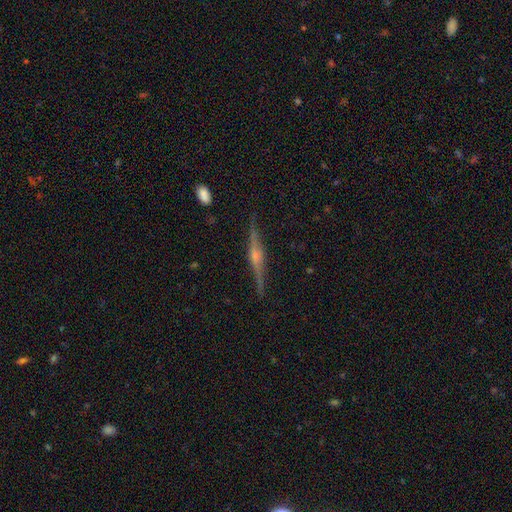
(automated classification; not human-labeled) This is clearly a featured or disk galaxy (84%). It is clearly viewed edge-on (98%). Edge-on bulge: clearly rounded (83%). Merging: clearly none (89%).